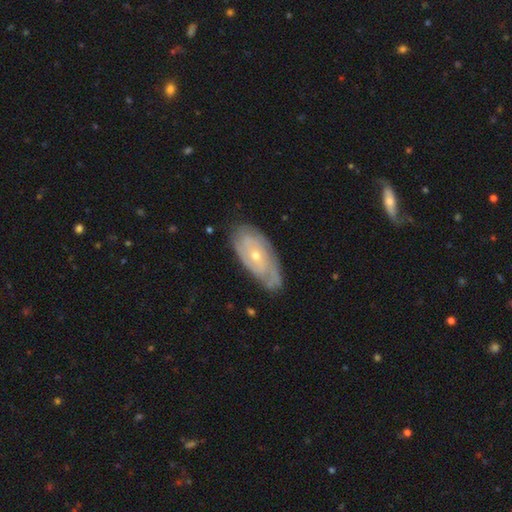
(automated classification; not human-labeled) A featured or disk galaxy (76%) with no bar (77%), tight (68%) spiral arms (87%) and a small central bulge (60%). Merging: none (67%).